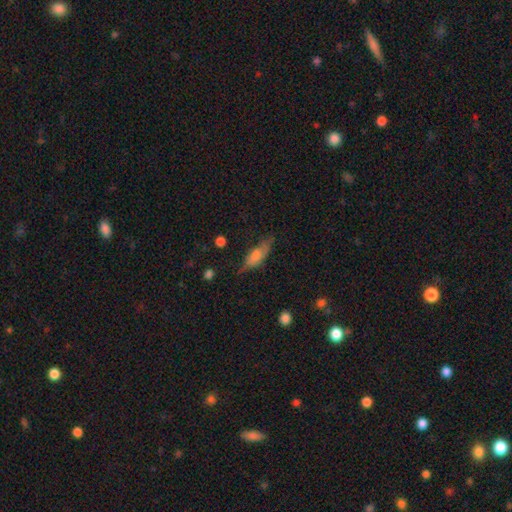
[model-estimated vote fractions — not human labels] smooth 57%, featured or disk 35%, star or artifact 9%. Down the decision tree: how rounded — cigar-shaped (49%); merging — none (66%).